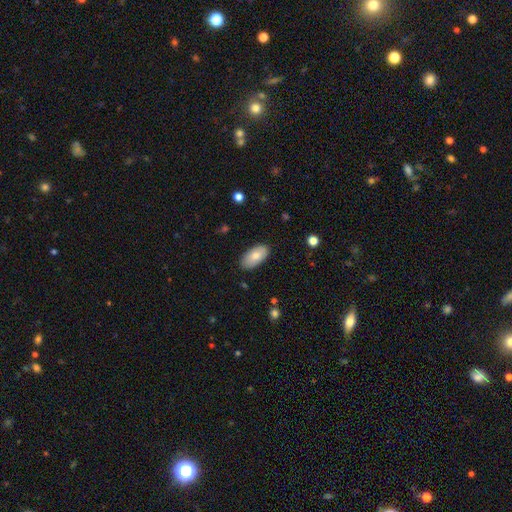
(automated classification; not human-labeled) smooth 79%, featured or disk 15%, star or artifact 6%. Down the decision tree: how rounded — in between (94%); merging — none (86%).